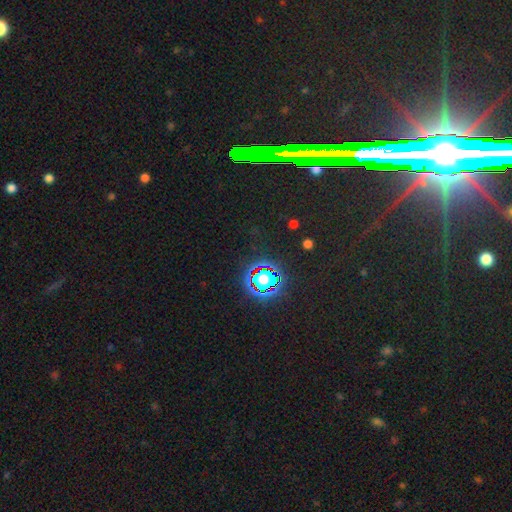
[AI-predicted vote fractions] smooth-or-featured: star or artifact: 79% | featured or disk: 12% | smooth: 9%